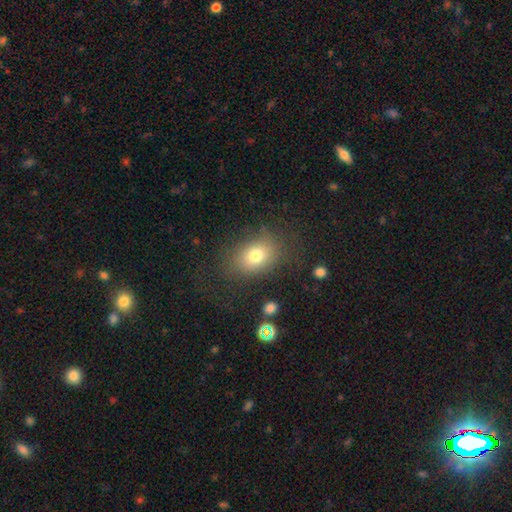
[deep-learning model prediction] This appears to be a smooth galaxy with no disk features (75%) that is in between round and cigar-shaped (69%). Merging: none (75%).